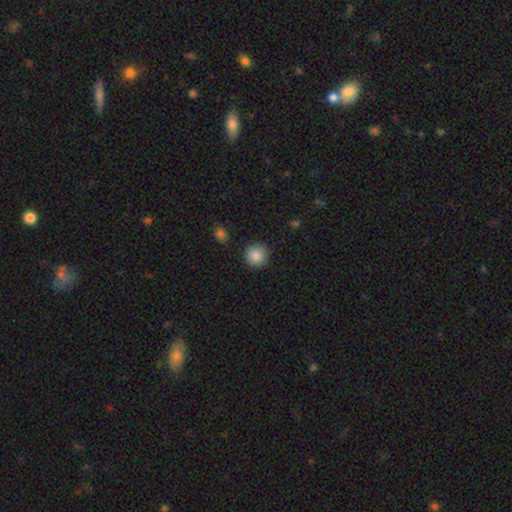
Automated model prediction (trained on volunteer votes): A smooth galaxy with no disk features (87%) that is round (94%). Merging: none (90%).